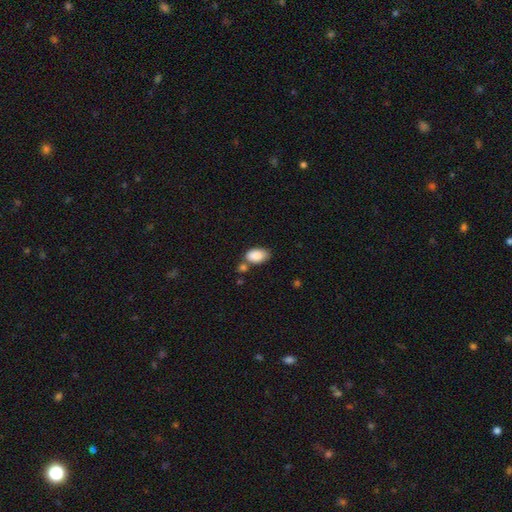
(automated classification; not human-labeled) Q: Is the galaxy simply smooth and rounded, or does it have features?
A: smooth — 88%.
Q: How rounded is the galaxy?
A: in between — 91%.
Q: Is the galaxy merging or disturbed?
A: none — 53%.